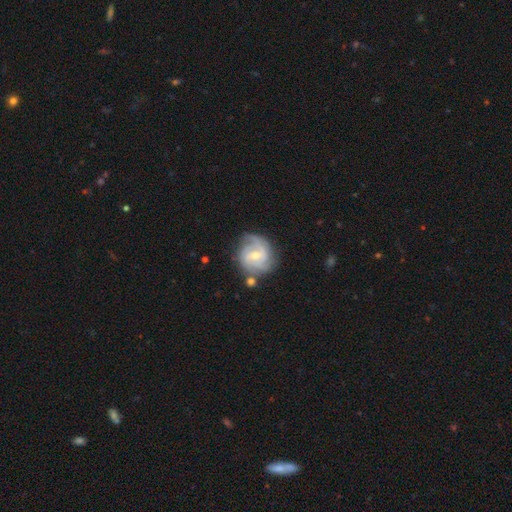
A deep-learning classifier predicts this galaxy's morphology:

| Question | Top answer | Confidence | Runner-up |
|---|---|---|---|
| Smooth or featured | featured or disk | 84% | smooth (11%) |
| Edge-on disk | no | 98% | yes (2%) |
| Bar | weak | 54% | no (35%) |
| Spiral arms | yes | 96% | no (4%) |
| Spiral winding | tight | 52% | medium (38%) |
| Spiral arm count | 3 | 34% | 2 (30%) |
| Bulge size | moderate | 49% | small (48%) |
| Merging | none | 69% | minor disturbance (18%) |